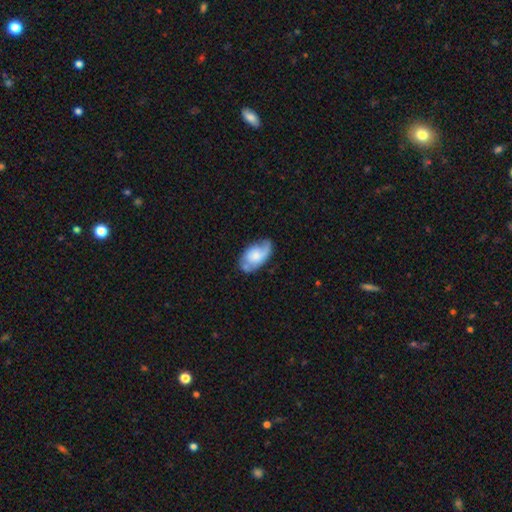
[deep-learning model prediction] A featured or disk galaxy (48%).

Vote fractions:
- Smooth or featured? featured or disk: 48% / smooth: 46% / star or artifact: 7%
- Merging? none: 56% / minor disturbance: 29% / major disturbance: 11% / merger: 4%